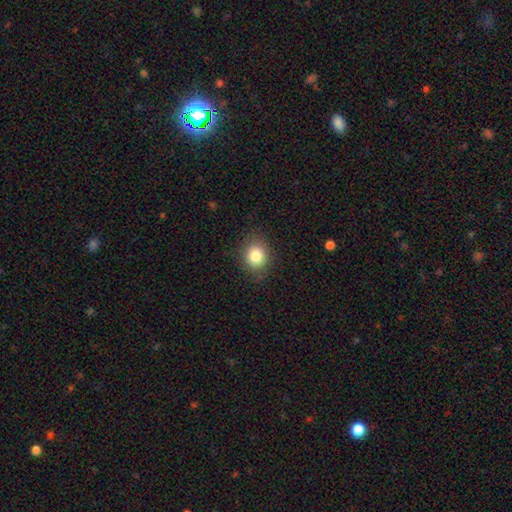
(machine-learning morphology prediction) A smooth galaxy with no disk features (83%) that is round (72%). Merging: none (86%).